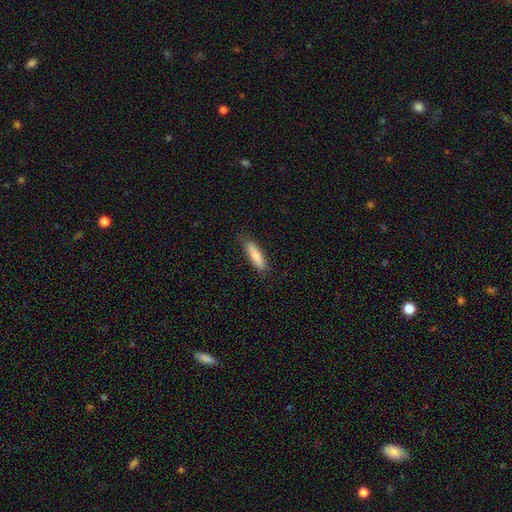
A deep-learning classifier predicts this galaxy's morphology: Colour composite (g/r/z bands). It shows a smooth galaxy with no disk features (83%) that is cigar-shaped (66%). Merging: none (82%).